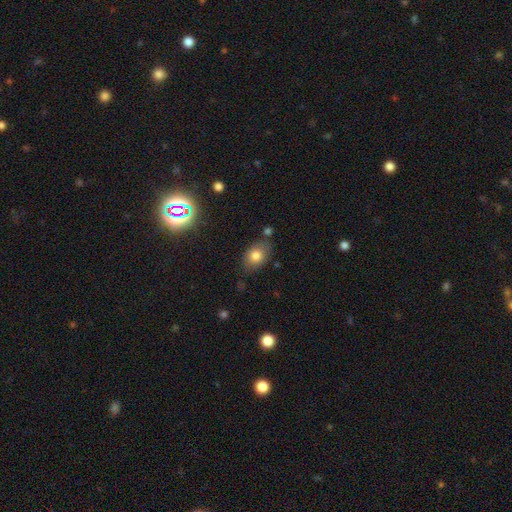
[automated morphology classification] This appears to be a smooth galaxy with no disk features (77%) that is in between round and cigar-shaped (78%). Merging: none (71%).